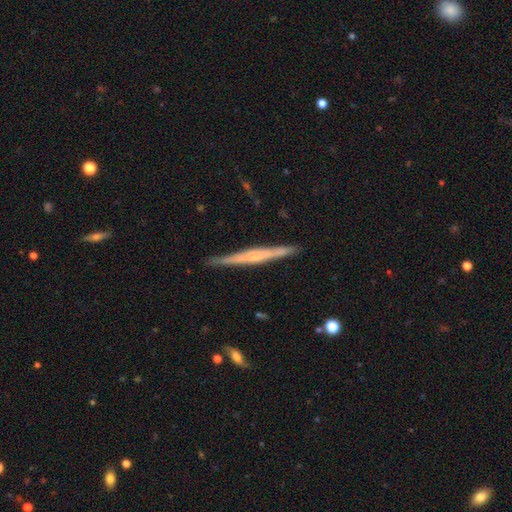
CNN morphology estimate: A featured or disk galaxy (67%) viewed edge-on (97%) with no central bulge (43%).

Vote fractions:
- Smooth or featured? featured or disk: 67% / smooth: 27% / star or artifact: 6%
- Edge-on disk? yes: 97% / no: 3%
- Edge-on bulge? none: 43% / rounded: 37% / boxy: 19%
- Merging? none: 88% / minor disturbance: 9% / major disturbance: 2% / merger: 1%